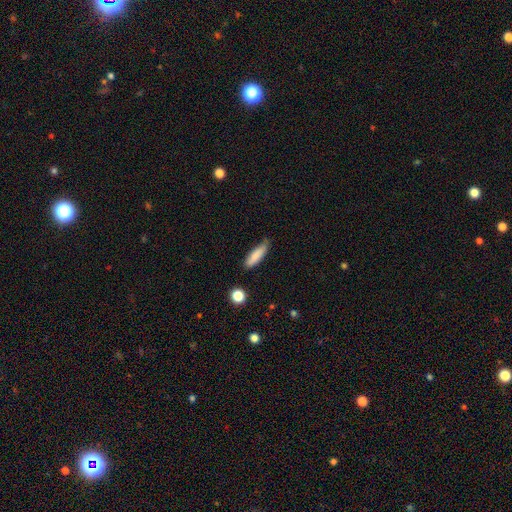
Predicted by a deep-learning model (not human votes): smooth-or-featured: smooth: 83% | featured or disk: 10% | star or artifact: 7%
  how-rounded: cigar-shaped: 62% | in between: 37% | round: 2%
  merging: none: 69% | minor disturbance: 25% | major disturbance: 4% | merger: 2%